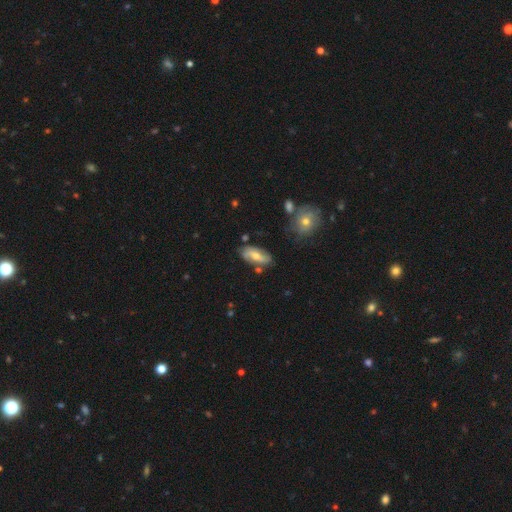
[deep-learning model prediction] smooth-or-featured: featured or disk: 49% | smooth: 44% | star or artifact: 7%
  merging: none: 74% | minor disturbance: 17% | merger: 5% | major disturbance: 4%